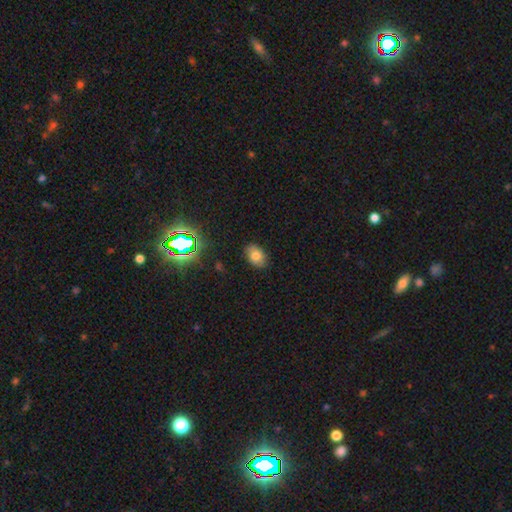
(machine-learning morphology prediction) type=smooth (75%); roundness=in between (81%); merging=none (85%).